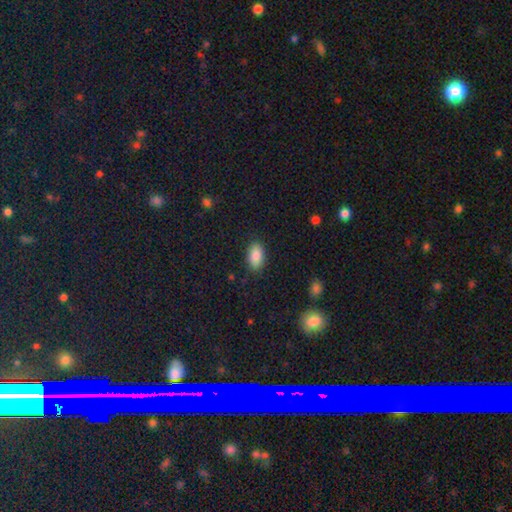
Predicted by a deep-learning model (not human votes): smooth 88%, star or artifact 7%, featured or disk 5%. Down the decision tree: how rounded — in between (93%); merging — none (87%).